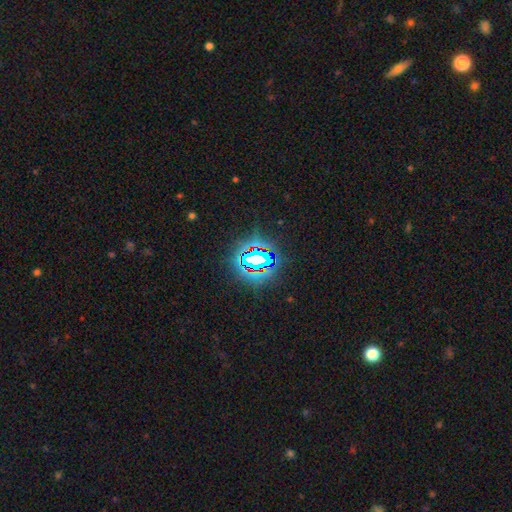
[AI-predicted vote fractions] Q: Smooth or featured?
A: star or artifact (75%); runner-up: smooth (14%)